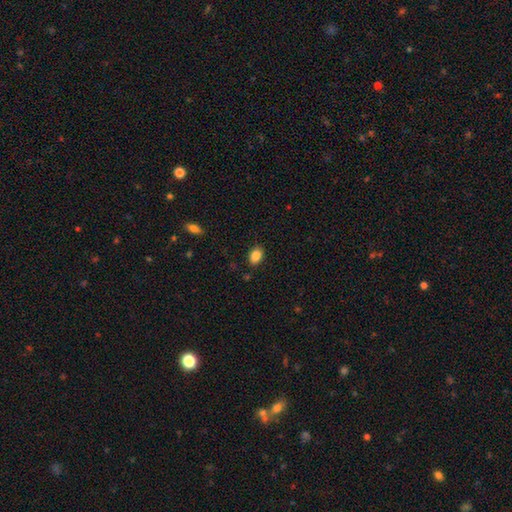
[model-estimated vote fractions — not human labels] smooth 86%, star or artifact 9%, featured or disk 5%. Down the decision tree: how rounded — in between (82%); merging — none (85%).